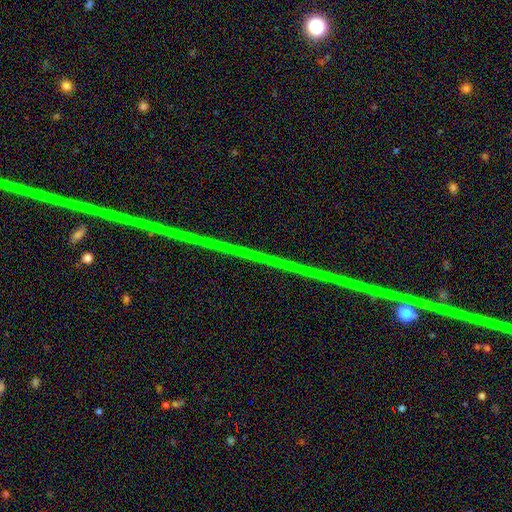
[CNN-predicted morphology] star or artifact 79%, featured or disk 14%, smooth 7%.